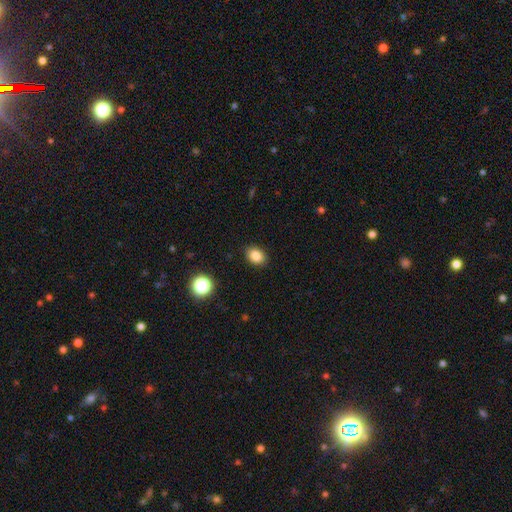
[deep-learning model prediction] This is clearly a smooth galaxy (85%). How rounded: likely in between (70%). Merging: clearly none (89%).